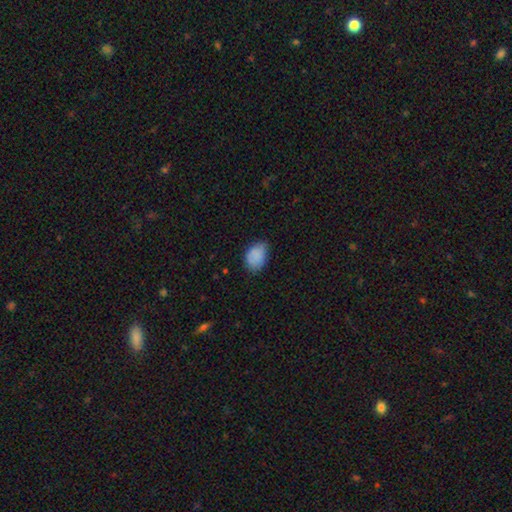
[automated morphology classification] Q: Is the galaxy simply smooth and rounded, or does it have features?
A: smooth — 85%.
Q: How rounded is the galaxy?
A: in between — 79%.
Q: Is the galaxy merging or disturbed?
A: none — 62%.